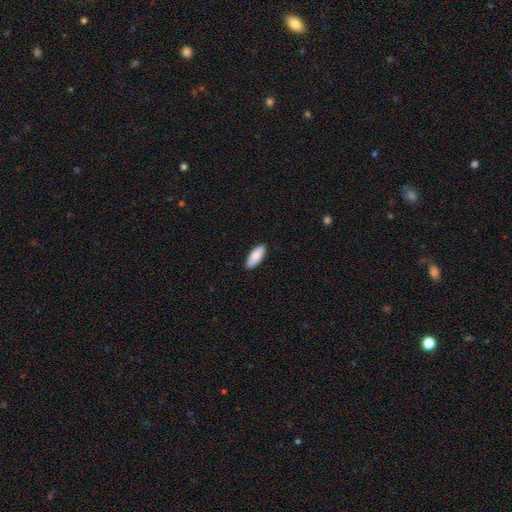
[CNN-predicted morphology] A smooth galaxy with no disk features (87%) that is in between round and cigar-shaped (82%). Merging: none (89%).